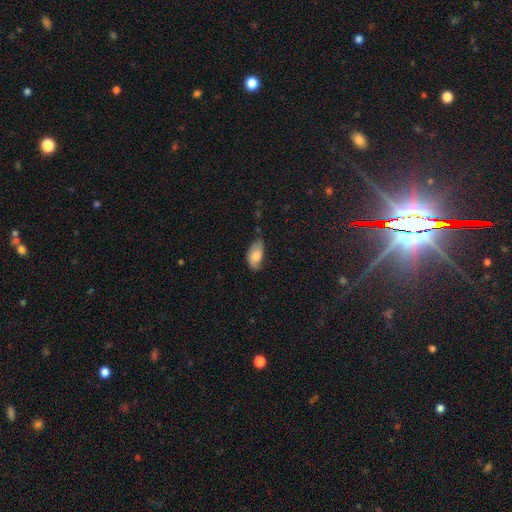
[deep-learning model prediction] Smooth or featured? smooth (75%)
How rounded? in between (93%)
Merging? none (53%)